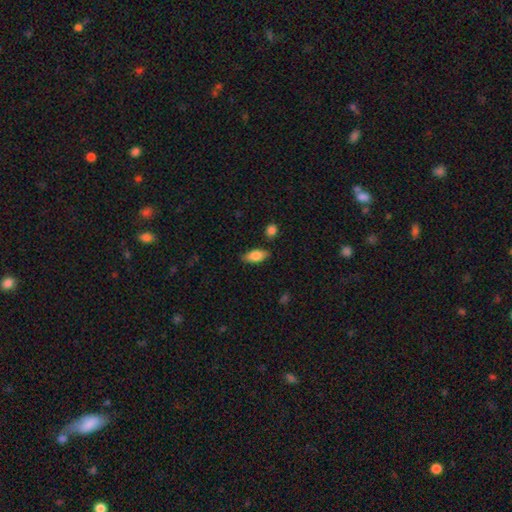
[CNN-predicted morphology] Smooth or featured: smooth — 79% (featured or disk — 14%)
How rounded: in between — 85% (cigar-shaped — 12%)
Merging: none — 83% (minor disturbance — 12%)